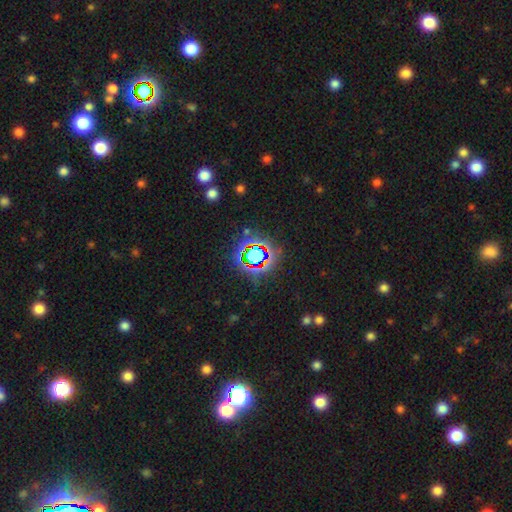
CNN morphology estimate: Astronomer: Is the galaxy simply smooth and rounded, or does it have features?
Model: star or artifact — 71%.